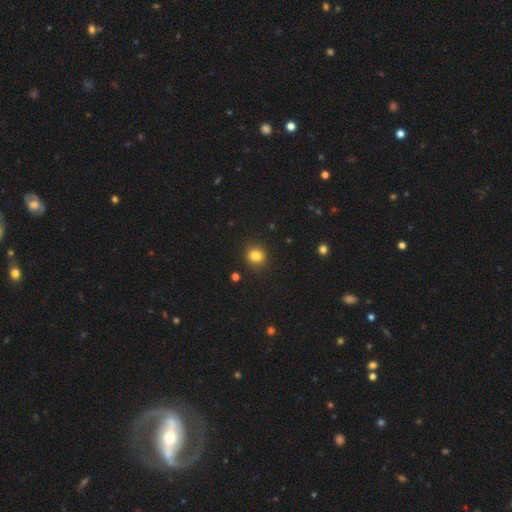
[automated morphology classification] smooth 84%, star or artifact 12%, featured or disk 5%. Down the decision tree: how rounded — round (81%); merging — none (89%).